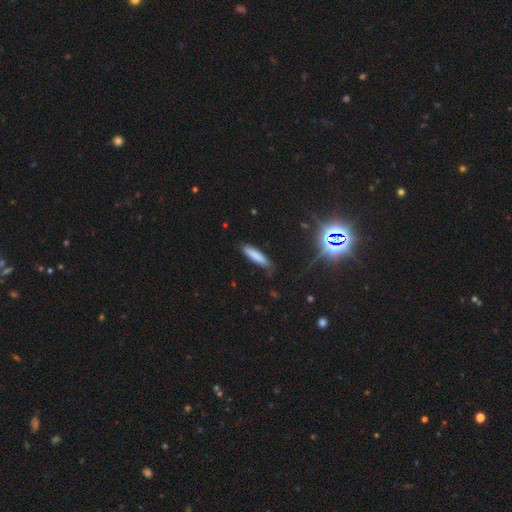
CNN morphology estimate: Smooth or featured? smooth (79%)
How rounded? cigar-shaped (80%)
Merging? none (77%)